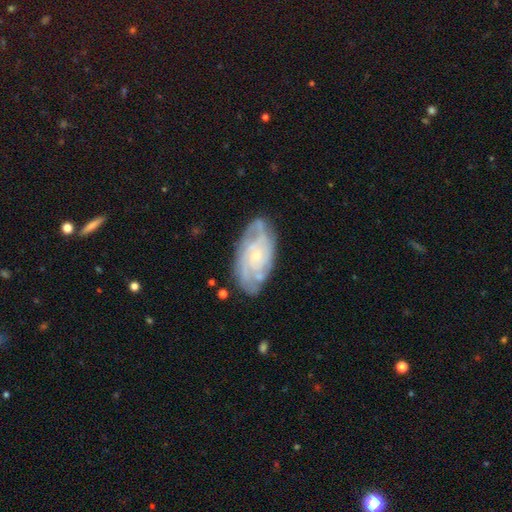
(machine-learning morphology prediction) featured or disk 80%, smooth 14%, star or artifact 6%. Down the decision tree: edge-on disk — no (94%); bar — no (75%); spiral arms — yes (92%); spiral arm count — can't tell (38%); spiral winding — tight (62%); bulge size — small (73%); merging — none (76%).